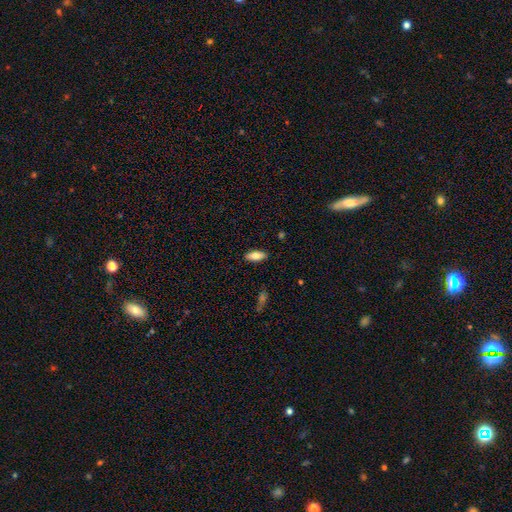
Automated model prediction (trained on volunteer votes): Q: Smooth or featured?
A: smooth (80%); runner-up: featured or disk (14%)
Q: How rounded?
A: in between (82%); runner-up: cigar-shaped (16%)
Q: Merging?
A: none (88%); runner-up: minor disturbance (9%)